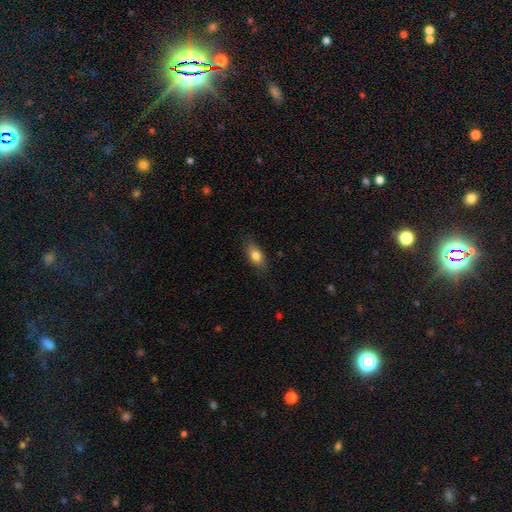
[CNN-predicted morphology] This is clearly a smooth galaxy (81%). How rounded: clearly in between (87%). Merging: clearly none (82%).